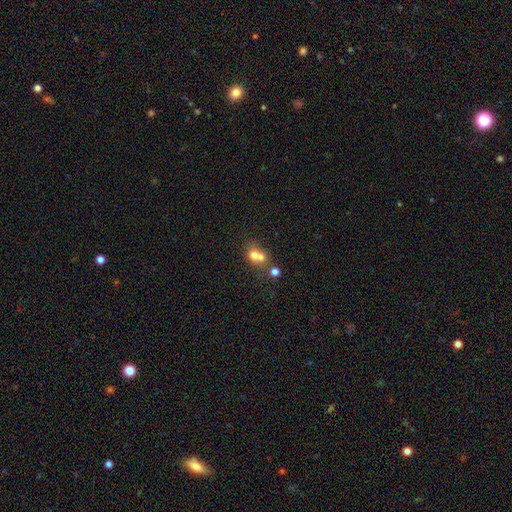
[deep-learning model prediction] Morphology: type=smooth (68%); roundness=round (66%); merging=merger (61%).